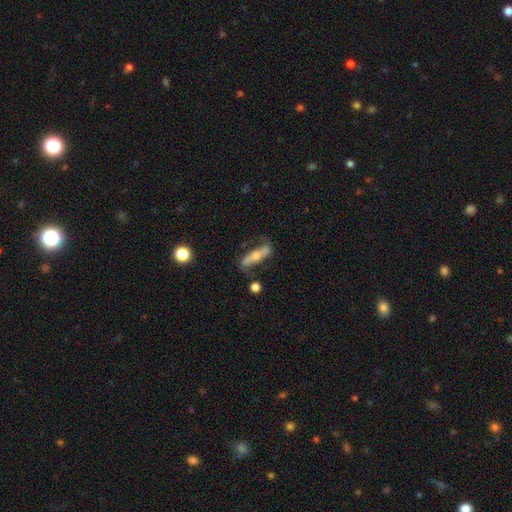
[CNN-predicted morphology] featured or disk 61%, smooth 33%, star or artifact 7%. Down the decision tree: edge-on disk — yes (50%, tied with no); merging — none (63%).